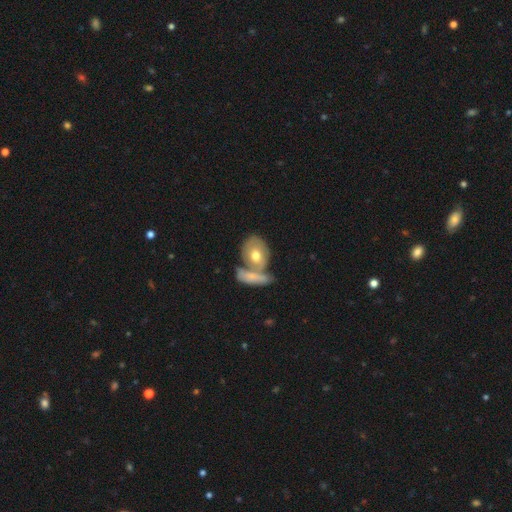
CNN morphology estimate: Overall: smooth (57%; featured or disk 37%). How rounded: in between (67%; round 28%). Merging: merger (44%; none 38%).